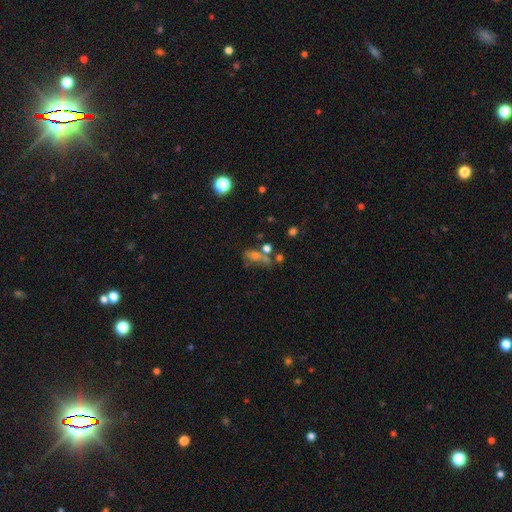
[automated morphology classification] This appears to be a smooth galaxy with no disk features (36%). Merging: none (38%).